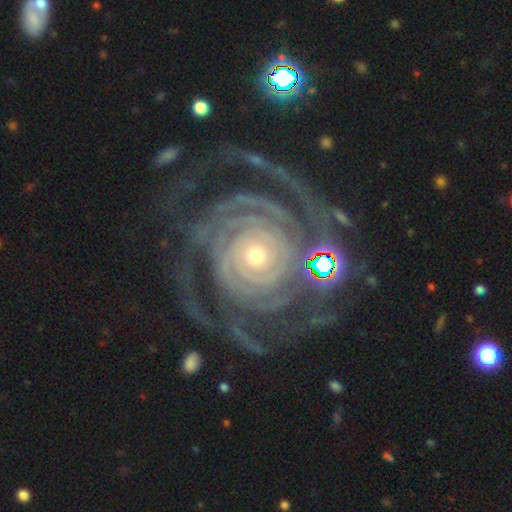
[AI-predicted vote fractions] The model was most divided on "spiral arm count": 2: 21%, 3: 19%, 4: 19%, can't tell: 18%, more than 4: 15%, 1: 8%. More confident: spiral arms — yes (98%); edge-on disk — no (97%); smooth or featured — featured or disk (92%); spiral winding — tight (83%); bar — no (78%); merging — none (68%); bulge size — small (65%).